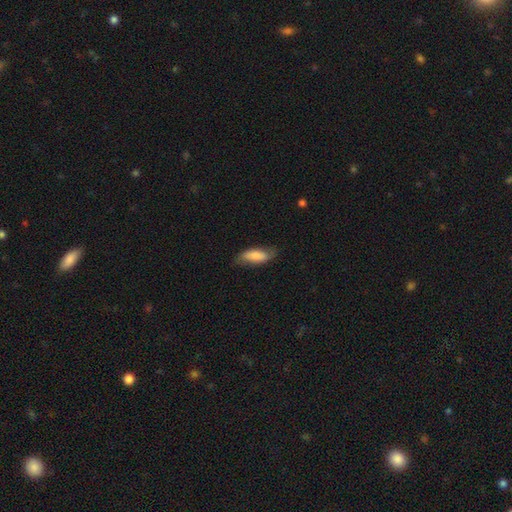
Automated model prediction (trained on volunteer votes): This is likely a smooth galaxy (76%). How rounded: likely in between (72%). Merging: likely none (67%).